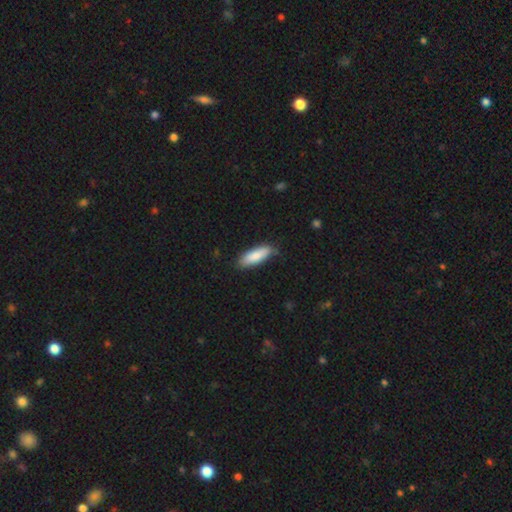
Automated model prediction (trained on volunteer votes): A smooth galaxy with no disk features (85%) that is in between round and cigar-shaped (56%). Merging: none (78%).